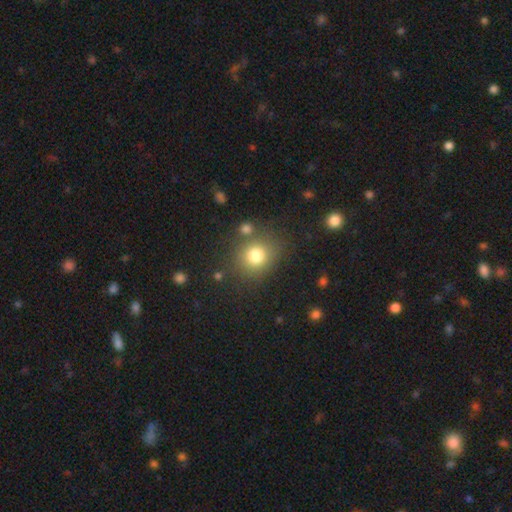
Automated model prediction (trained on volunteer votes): The model was most divided on "how rounded": round: 81%, in between: 18%, cigar-shaped: 1%. More confident: smooth or featured — smooth (78%); merging — none (75%).